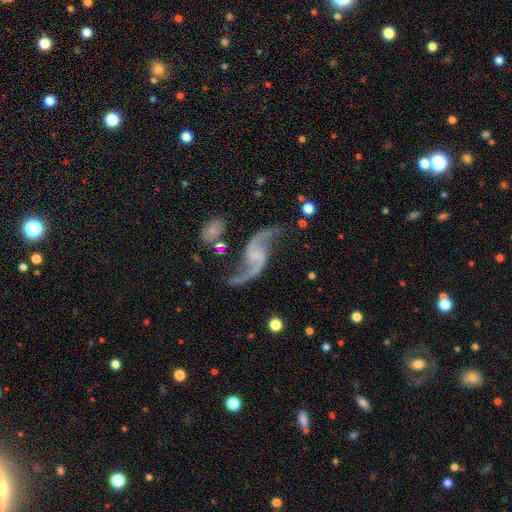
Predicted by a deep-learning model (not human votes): smooth_or_featured: featured or disk (p=0.92) [alt: star or artifact p=0.05]
disk_edge_on: no (p=0.97) [alt: yes p=0.03]
bar: no (p=0.52) [alt: weak p=0.37]
has_spiral_arms: yes (p=0.97) [alt: no p=0.03]
spiral_winding: loose (p=0.86) [alt: medium p=0.12]
spiral_arm_count: 2 (p=0.94) [alt: 1 p=0.02]
bulge_size: small (p=0.45) [alt: none p=0.42]
merging: none (p=0.67) [alt: minor disturbance p=0.16]